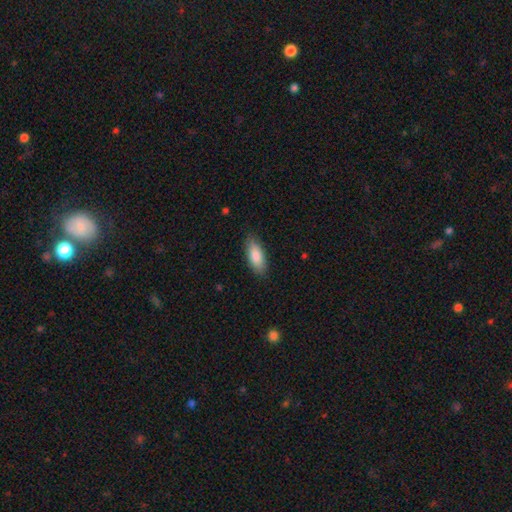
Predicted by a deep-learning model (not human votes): Smooth or featured? smooth (86%)
How rounded? in between (78%)
Merging? none (85%)